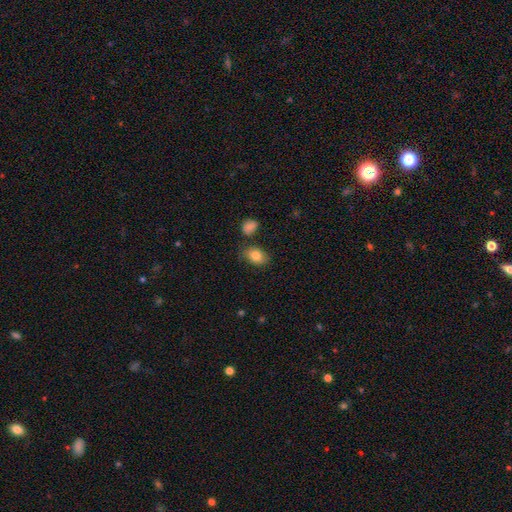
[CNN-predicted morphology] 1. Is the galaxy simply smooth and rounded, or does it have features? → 82% smooth, 10% featured or disk, 8% star or artifact.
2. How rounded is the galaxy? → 78% in between, 21% round, 1% cigar-shaped.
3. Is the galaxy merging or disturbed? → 75% none, 15% minor disturbance, 6% merger, 3% major disturbance.